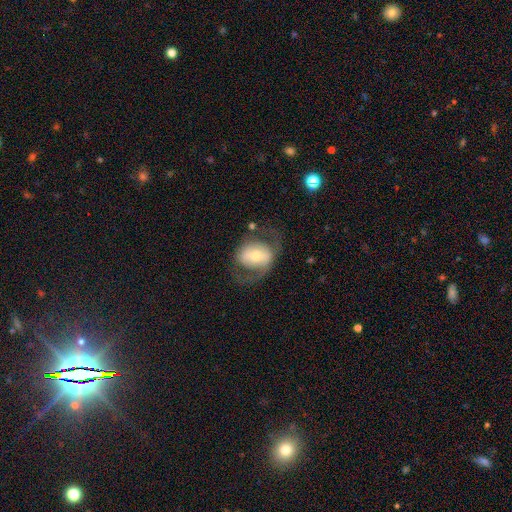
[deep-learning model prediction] Overall: featured or disk (57%; smooth 36%). Edge-on disk: no (94%). Bar: no (44%; weak 30%). Spiral arms: yes (53%; no 47%). Bulge size: moderate (57%; small 29%). Merging: none (56%; major disturbance 23%).